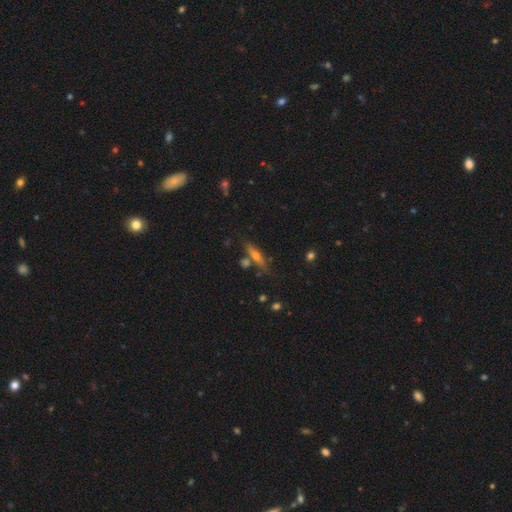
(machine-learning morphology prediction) smooth_or_featured: featured or disk (p=0.51) [alt: smooth p=0.41]
disk_edge_on: yes (p=0.89) [alt: no p=0.11]
merging: none (p=0.72) [alt: minor disturbance p=0.13]